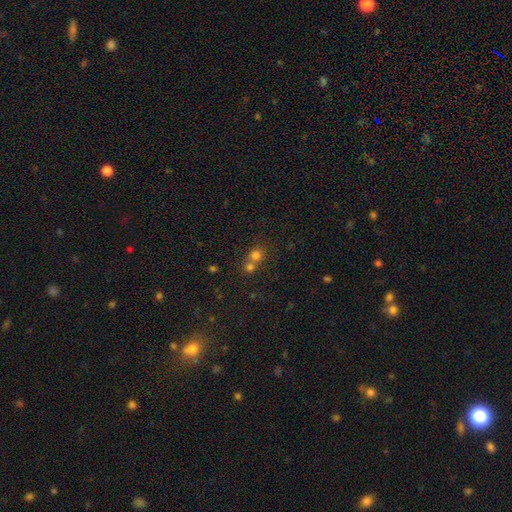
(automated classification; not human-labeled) A smooth galaxy with no disk features (73%) that is round (82%). Merging: merger (52%).